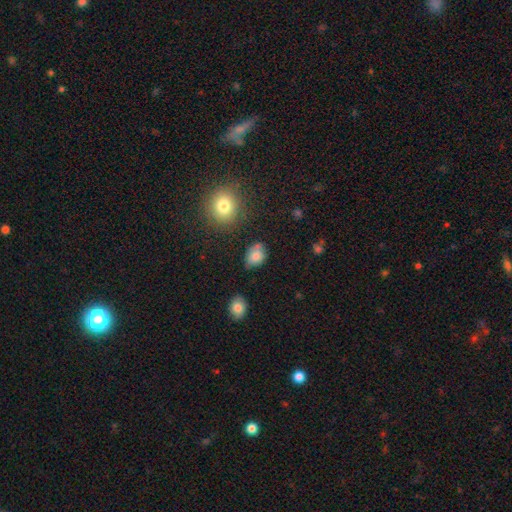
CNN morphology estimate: smooth 78%, featured or disk 11%, star or artifact 10%. Down the decision tree: how rounded — in between (68%); merging — none (63%).